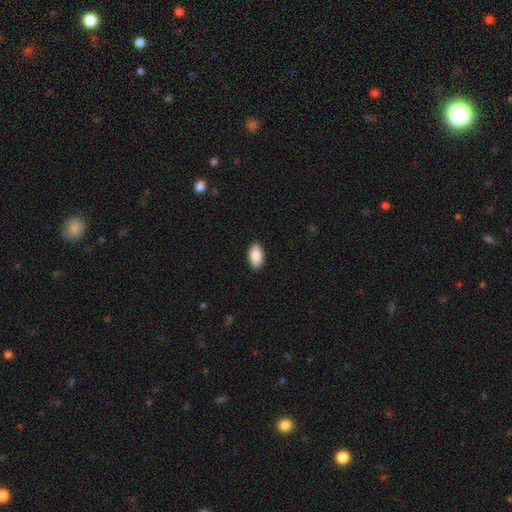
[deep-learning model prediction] Overall: smooth (88%). How rounded: in between (93%). Merging: none (89%).